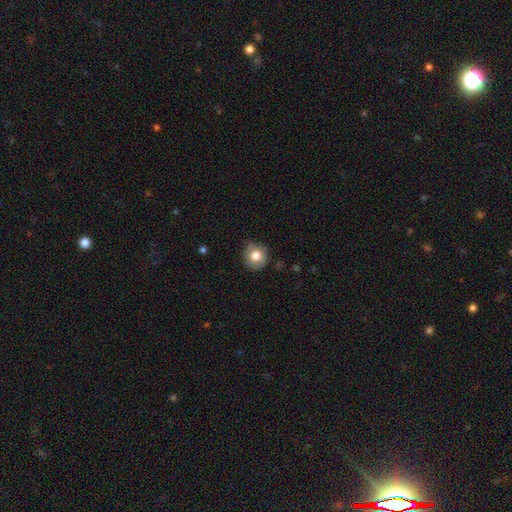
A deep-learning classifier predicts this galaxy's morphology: smooth 78%, featured or disk 13%, star or artifact 9%. Down the decision tree: how rounded — round (88%); merging — none (79%).